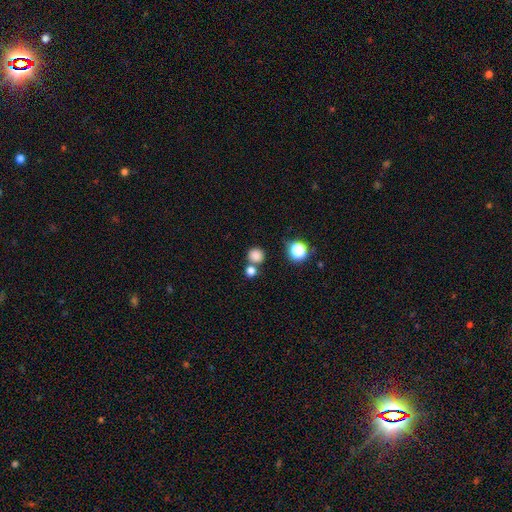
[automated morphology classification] This appears to be a smooth galaxy with no disk features (81%) that is round (88%). Merging: none (64%).